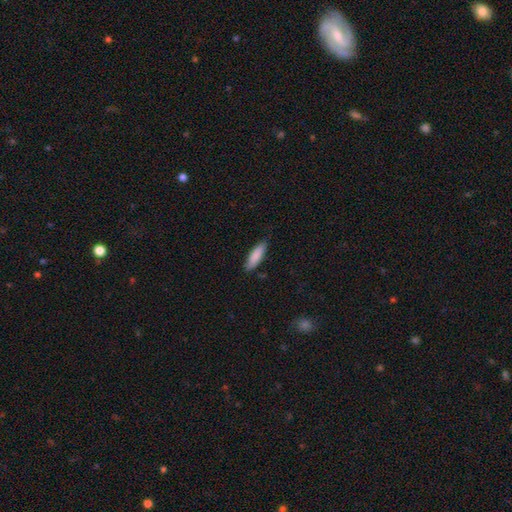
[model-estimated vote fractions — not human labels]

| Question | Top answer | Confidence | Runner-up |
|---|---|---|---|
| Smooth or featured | smooth | 86% | featured or disk (8%) |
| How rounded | cigar-shaped | 56% | in between (43%) |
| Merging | none | 82% | minor disturbance (14%) |